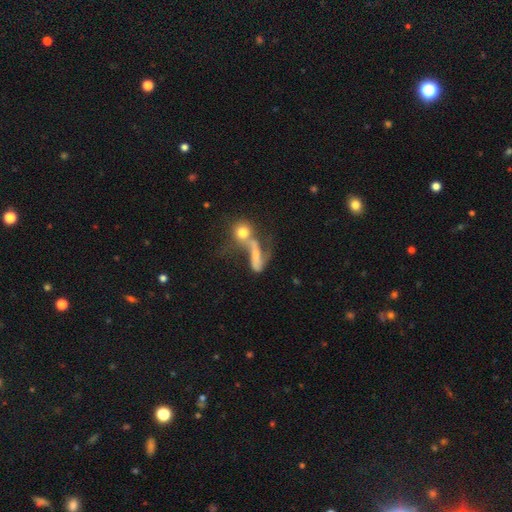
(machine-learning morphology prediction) Smooth or featured? smooth (47%)
Merging? merger (54%)